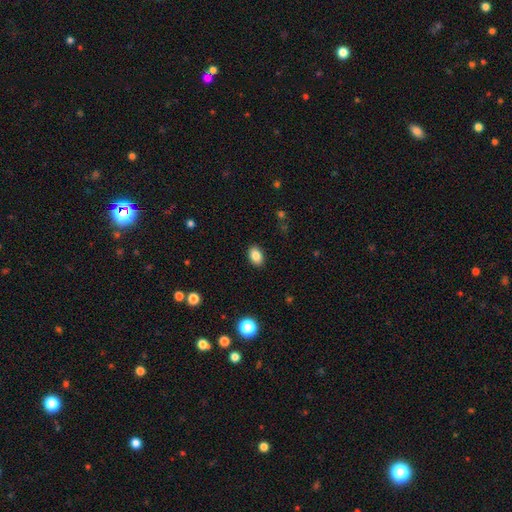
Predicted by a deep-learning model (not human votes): smooth-or-featured: smooth: 85% | star or artifact: 9% | featured or disk: 6%
  how-rounded: in between: 85% | round: 14% | cigar-shaped: 1%
  merging: none: 89% | minor disturbance: 8% | major disturbance: 2% | merger: 1%